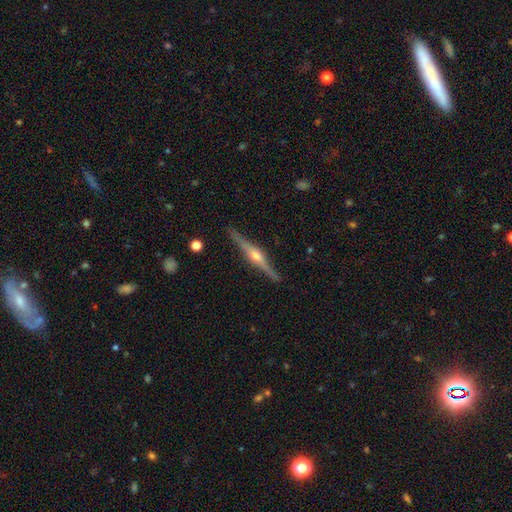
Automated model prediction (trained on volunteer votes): The model was most divided on "smooth or featured": featured or disk: 87%, smooth: 8%, star or artifact: 5%. More confident: edge-on disk — yes (98%); edge-on bulge — rounded (93%); merging — none (91%).